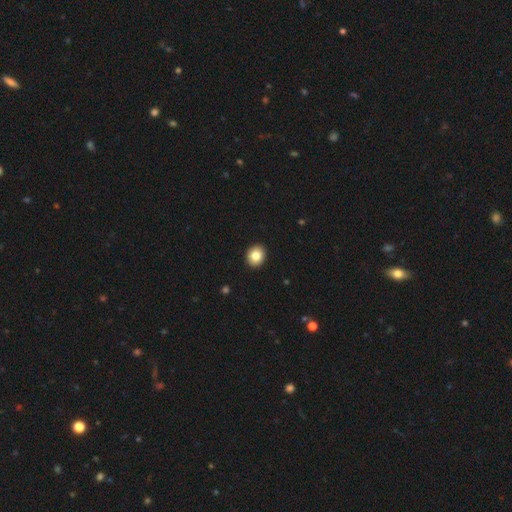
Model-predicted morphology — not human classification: A smooth galaxy with no disk features (84%) that is round (66%).

Vote fractions:
- Smooth or featured? smooth: 84% / star or artifact: 9% / featured or disk: 8%
- How rounded? round: 66% / in between: 33% / cigar-shaped: 1%
- Merging? none: 92% / minor disturbance: 5% / major disturbance: 1% / merger: 1%